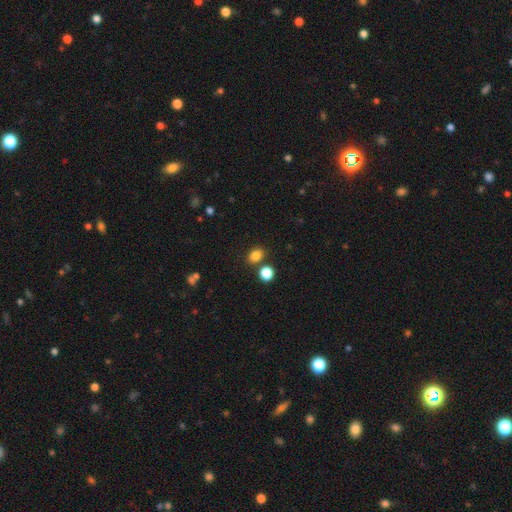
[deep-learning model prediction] Morphology: type=smooth (83%); roundness=in between (52%); merging=none (76%).